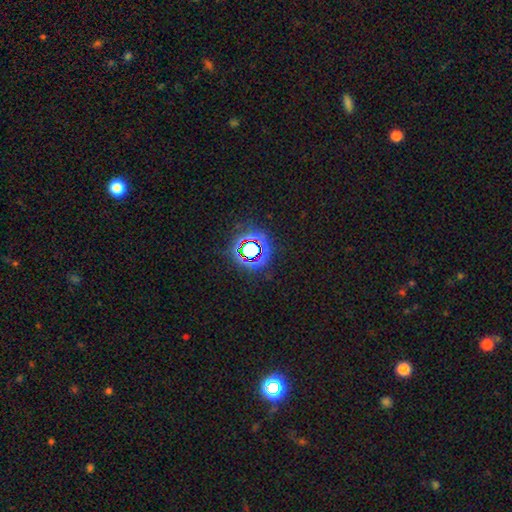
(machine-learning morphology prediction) type=star or artifact (75%).